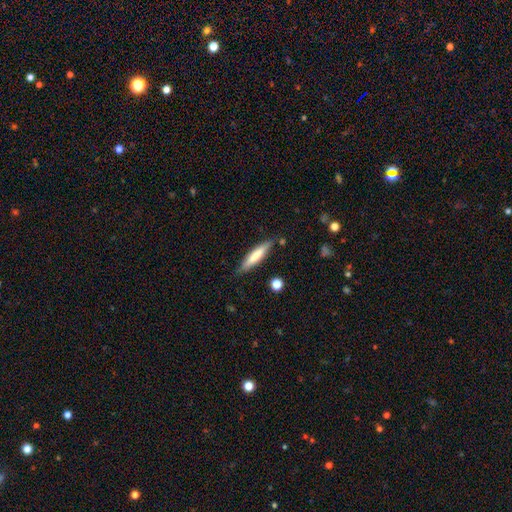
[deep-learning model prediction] The model was most divided on "smooth or featured": smooth: 67%, featured or disk: 27%, star or artifact: 6%. More confident: how rounded — cigar-shaped (84%); merging — none (83%).